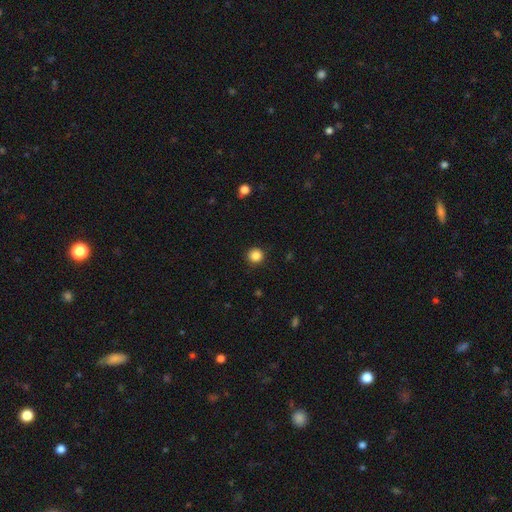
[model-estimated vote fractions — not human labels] smooth-or-featured: smooth: 86% | star or artifact: 11% | featured or disk: 3%
  how-rounded: round: 94% | in between: 5% | cigar-shaped: 1%
  merging: none: 91% | minor disturbance: 6% | major disturbance: 2% | merger: 1%